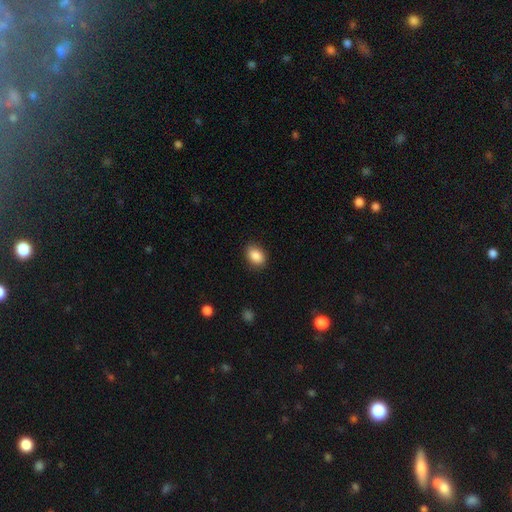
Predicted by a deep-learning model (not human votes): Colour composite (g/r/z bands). It shows a smooth galaxy with no disk features (88%) that is in between round and cigar-shaped (76%). Merging: none (86%).